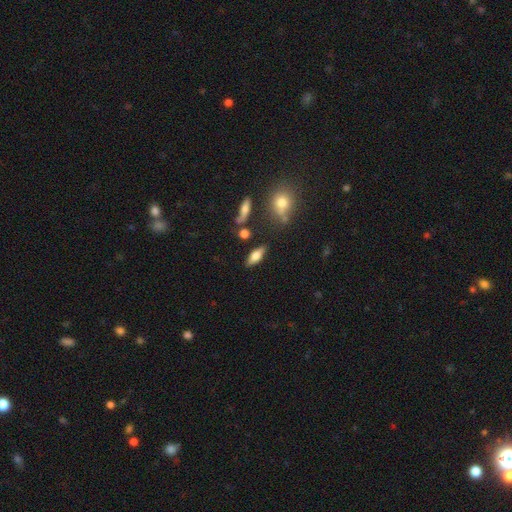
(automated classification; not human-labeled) This appears to be a smooth galaxy with no disk features (55%) that is in between round and cigar-shaped (68%). Merging: none (79%).